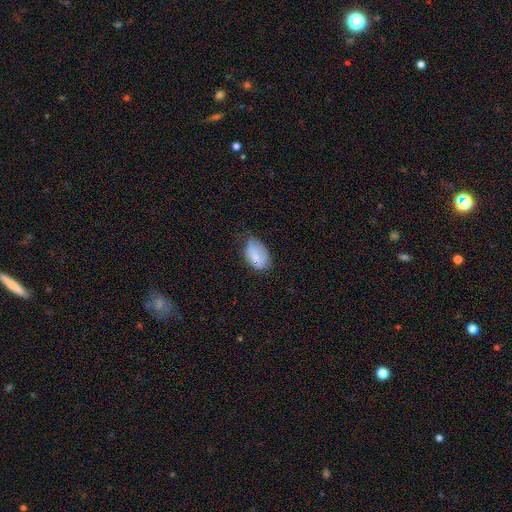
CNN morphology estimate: smooth_or_featured: smooth (p=0.77) [alt: featured or disk p=0.16]
how_rounded: in between (p=0.90) [alt: round p=0.08]
merging: minor disturbance (p=0.44) [alt: none p=0.41]